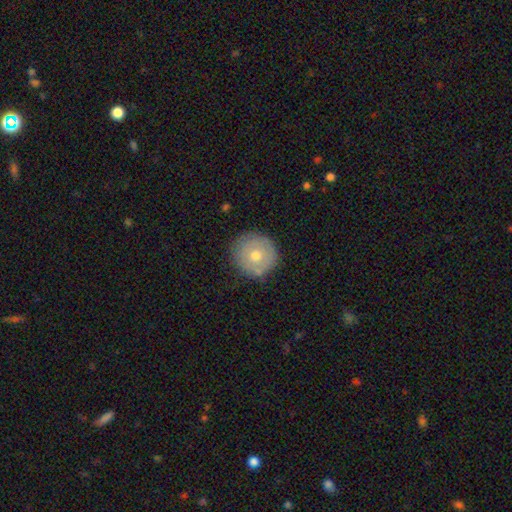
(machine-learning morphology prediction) This appears to be a smooth galaxy with no disk features (62%) that is round (94%). Merging: none (81%).